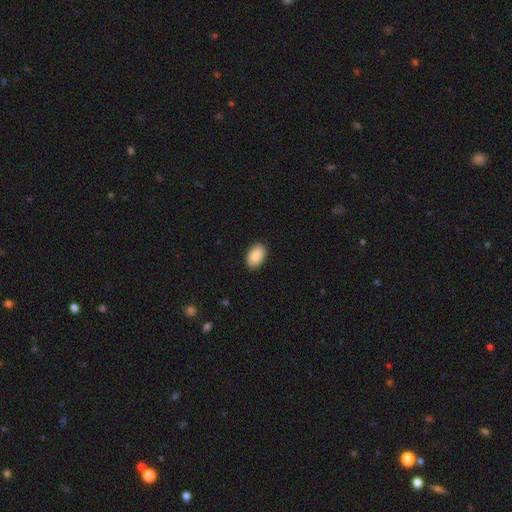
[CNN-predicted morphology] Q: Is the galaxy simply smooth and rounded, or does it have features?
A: smooth — 88%.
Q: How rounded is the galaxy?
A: in between — 92%.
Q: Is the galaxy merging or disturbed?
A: none — 90%.